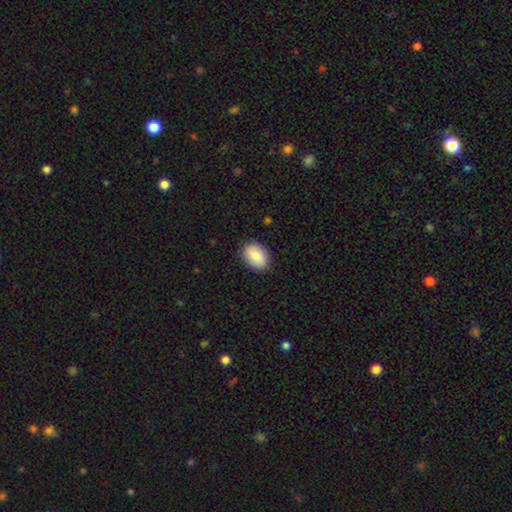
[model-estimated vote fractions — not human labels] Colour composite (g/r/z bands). It shows a smooth galaxy with no disk features (84%) that is in between round and cigar-shaped (85%). Merging: none (87%).